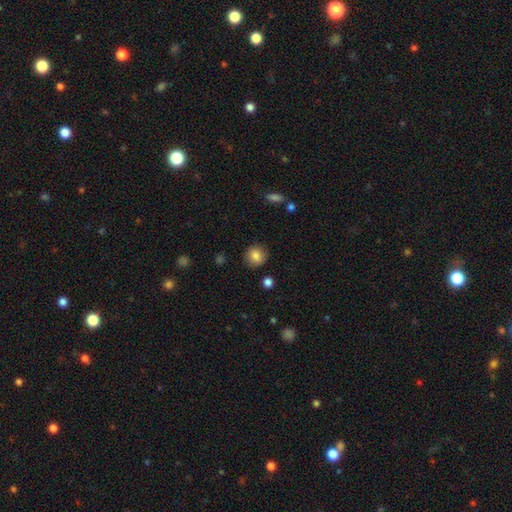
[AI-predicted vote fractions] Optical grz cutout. It shows a smooth galaxy with no disk features (84%) that is round (89%). Merging: none (88%).